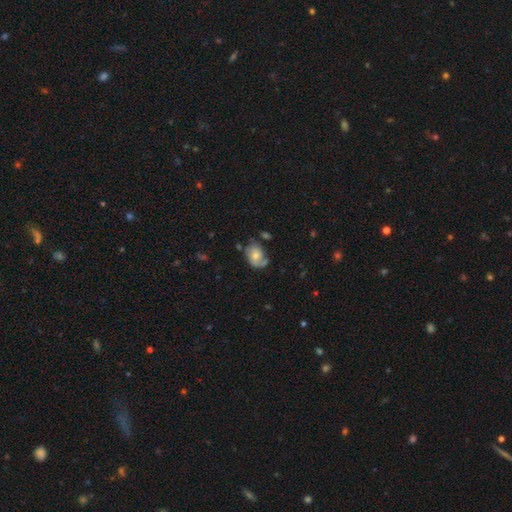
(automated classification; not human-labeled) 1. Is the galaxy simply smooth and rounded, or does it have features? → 55% smooth, 37% featured or disk, 8% star or artifact.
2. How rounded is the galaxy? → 74% in between, 25% round, 1% cigar-shaped.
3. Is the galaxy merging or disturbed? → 49% none, 29% minor disturbance, 13% major disturbance, 9% merger.